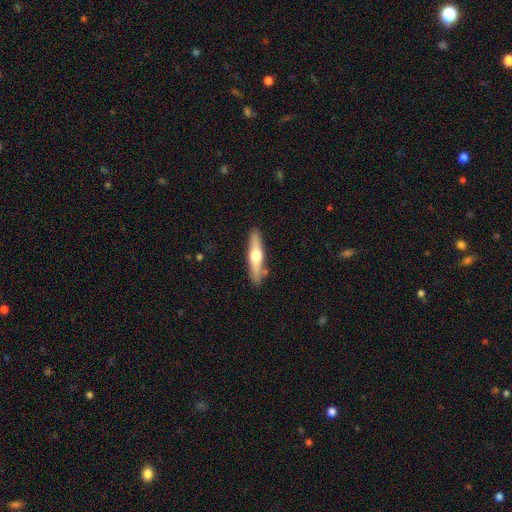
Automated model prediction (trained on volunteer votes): This is possibly a featured or disk galaxy (53%). It is clearly viewed edge-on (91%). Merging: clearly none (83%).